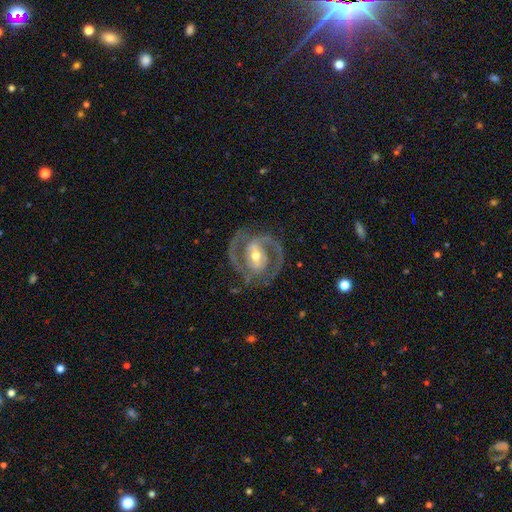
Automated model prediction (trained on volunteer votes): The model was most divided on "bar": strong: 45%, weak: 35%, no: 20%. More confident: edge-on disk — no (97%); spiral arms — yes (95%); smooth or featured — featured or disk (90%); spiral arm count — 2 (89%); merging — none (79%); bulge size — moderate (61%); spiral winding — medium (52%).